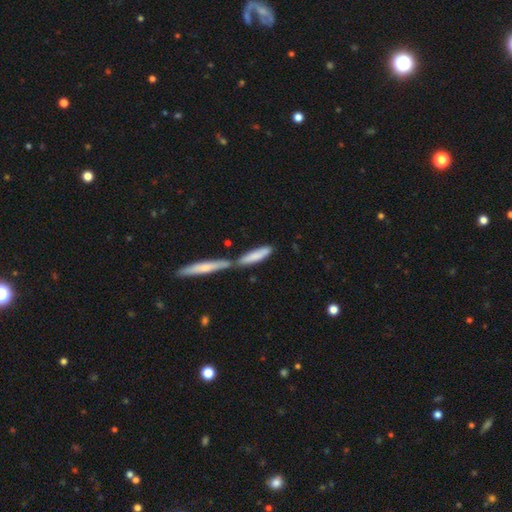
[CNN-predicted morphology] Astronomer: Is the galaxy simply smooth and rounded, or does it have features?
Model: smooth — 76%.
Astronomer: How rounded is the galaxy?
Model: cigar-shaped — 78%.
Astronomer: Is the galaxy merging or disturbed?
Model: none — 45% (runner-up: merger, 39%).